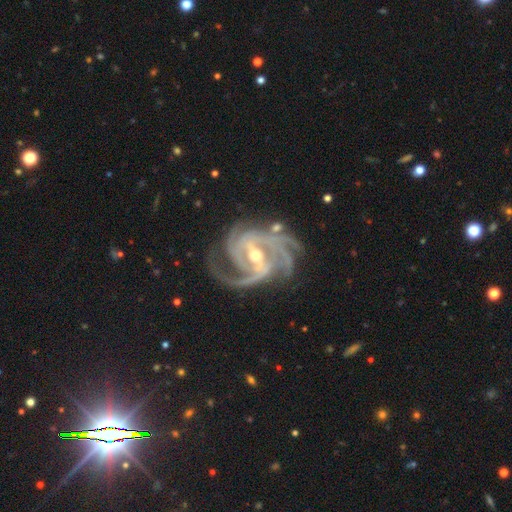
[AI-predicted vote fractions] Q: Smooth or featured?
A: featured or disk (93%); runner-up: star or artifact (5%)
Q: Edge-on disk?
A: no (98%); runner-up: yes (2%)
Q: Bar?
A: strong (53%); runner-up: weak (36%)
Q: Spiral arms?
A: yes (99%); runner-up: no (1%)
Q: Spiral winding?
A: tight (47%); runner-up: medium (45%)
Q: Spiral arm count?
A: 3 (33%); tied with: 4 (33%)
Q: Bulge size?
A: small (49%); runner-up: moderate (48%)
Q: Merging?
A: none (68%); runner-up: minor disturbance (18%)